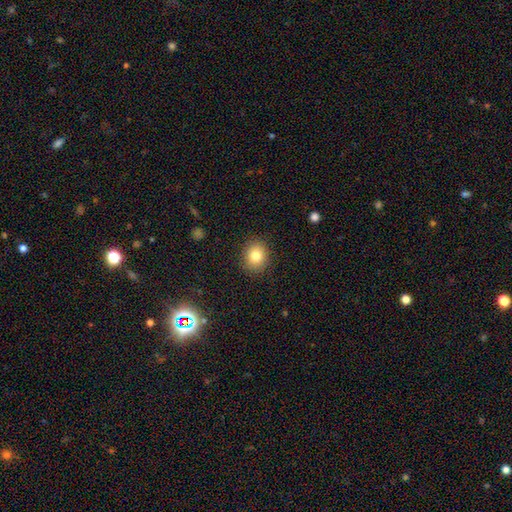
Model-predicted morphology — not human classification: This is clearly a smooth galaxy (81%). How rounded: likely round (74%). Merging: clearly none (89%).